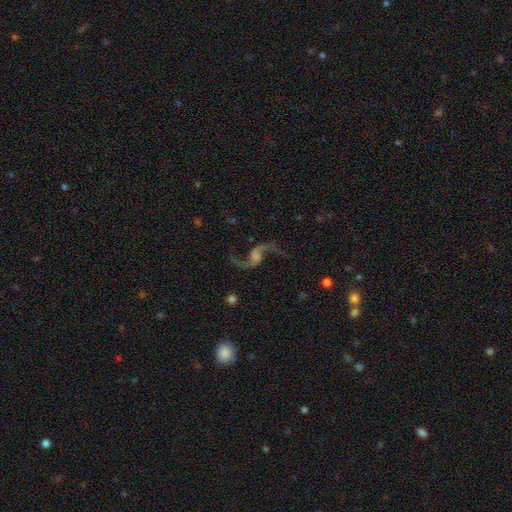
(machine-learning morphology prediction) smooth_or_featured: featured or disk (p=0.89) [alt: star or artifact p=0.07]
disk_edge_on: no (p=0.96) [alt: yes p=0.04]
bar: no (p=0.53) [alt: weak p=0.36]
has_spiral_arms: yes (p=0.97) [alt: no p=0.03]
spiral_winding: loose (p=0.90) [alt: medium p=0.08]
spiral_arm_count: 2 (p=0.94) [alt: 1 p=0.02]
bulge_size: none (p=0.33) [alt: small p=0.27]
merging: none (p=0.78) [alt: minor disturbance p=0.11]